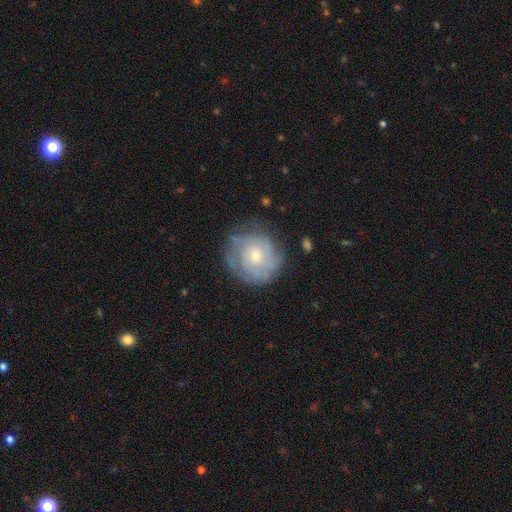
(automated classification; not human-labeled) Smooth or featured?
  - featured or disk: 77% *
  - smooth: 16%
  - star or artifact: 7%
Edge-on disk?
  - no: 98% *
  - yes: 2%
Bar?
  - no: 78% *
  - weak: 19%
  - strong: 3%
Spiral arms?
  - yes: 93% *
  - no: 7%
Spiral winding?
  - tight: 72% *
  - medium: 22%
  - loose: 5%
Spiral arm count?
  - can't tell: 36% *
  - 3: 24%
  - 2: 16%
  - 4: 13%
  - more than 4: 6%
  - 1: 6%
Bulge size?
  - small: 48% *
  - moderate: 47%
  - large: 2%
  - none: 1%
  - dominant: 1%
Merging?
  - none: 77% *
  - minor disturbance: 16%
  - major disturbance: 5%
  - merger: 1%